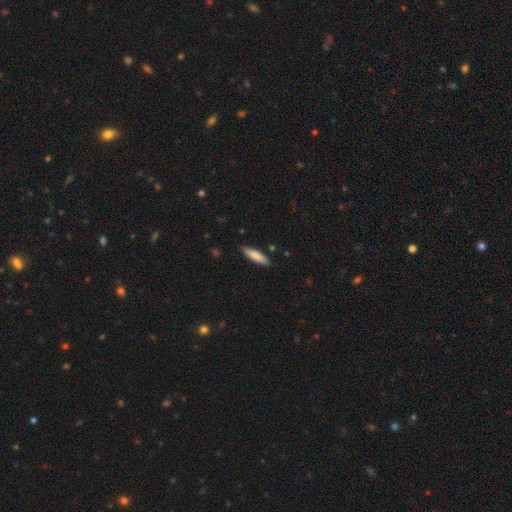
Smooth or featured: smooth — 78% (featured or disk — 16%)
How rounded: cigar-shaped — 62% (in between — 38%)
Merging: none — 94% (minor disturbance — 3%)